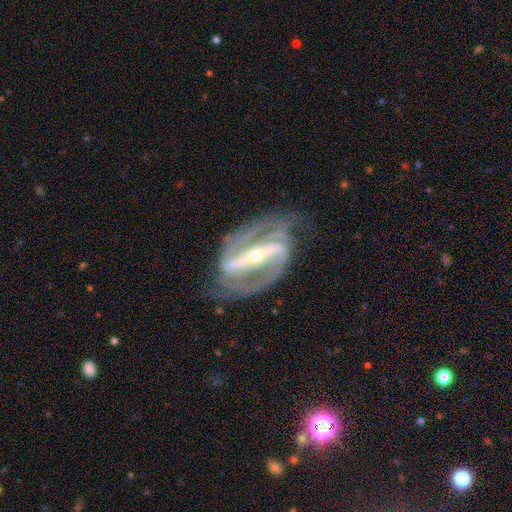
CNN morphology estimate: This is clearly a featured or disk galaxy (93%). It is clearly not viewed edge-on (95%). Bar: clearly strong (82%). Spiral arm pattern: clearly yes (98%). Spiral arm count: clearly 2 (85%). Spiral winding: possibly medium (51%). Central bulge: likely small (63%). Merging: likely none (70%).